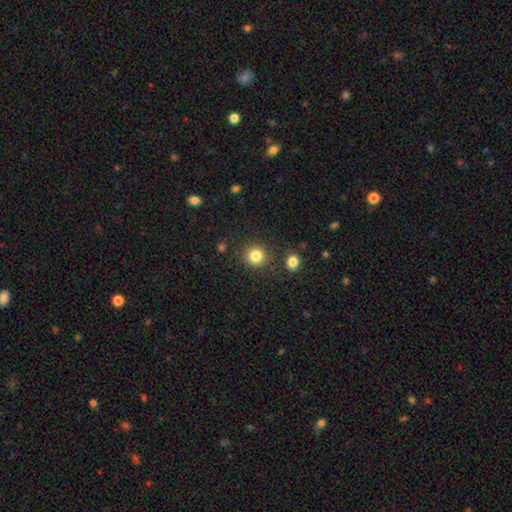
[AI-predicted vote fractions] A smooth galaxy with no disk features (84%) that is round (92%).

Vote fractions:
- Smooth or featured? smooth: 84% / star or artifact: 11% / featured or disk: 5%
- How rounded? round: 92% / in between: 7% / cigar-shaped: 1%
- Merging? none: 85% / minor disturbance: 8% / merger: 4% / major disturbance: 3%